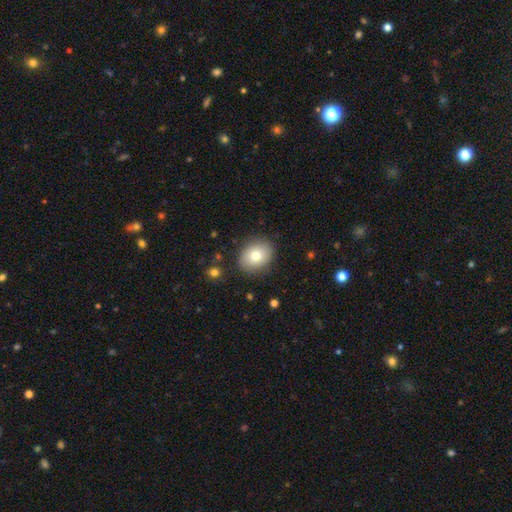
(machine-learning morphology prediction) This appears to be a smooth galaxy with no disk features (77%) that is in between round and cigar-shaped (53%). Merging: none (86%).